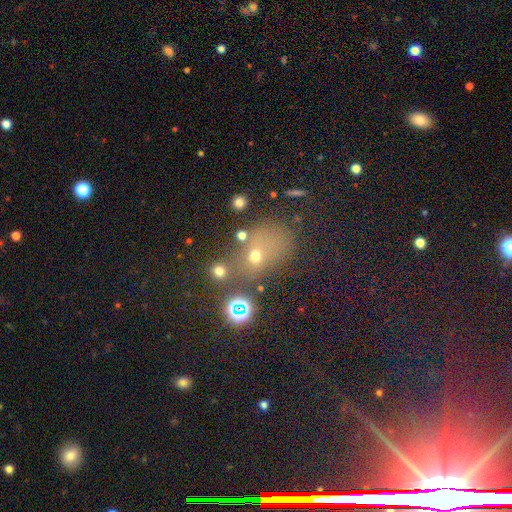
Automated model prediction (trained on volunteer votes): The model was most divided on "how rounded": in between: 53%, round: 45%, cigar-shaped: 2%. Remaining: smooth or featured — smooth (58%); merging — none (48%).